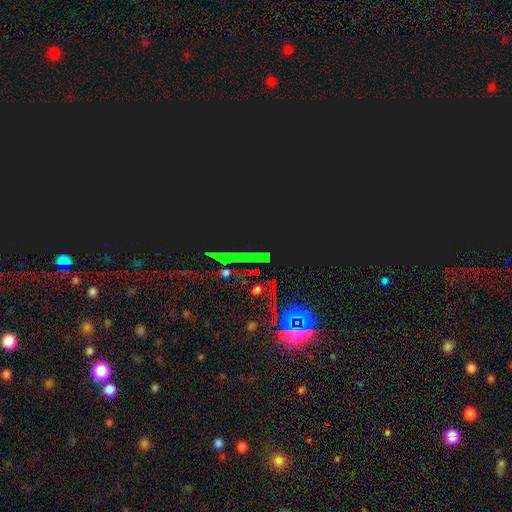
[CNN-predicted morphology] A star or artifact, not a galaxy (86%).

Vote fractions:
- Smooth or featured? star or artifact: 86% / smooth: 8% / featured or disk: 7%